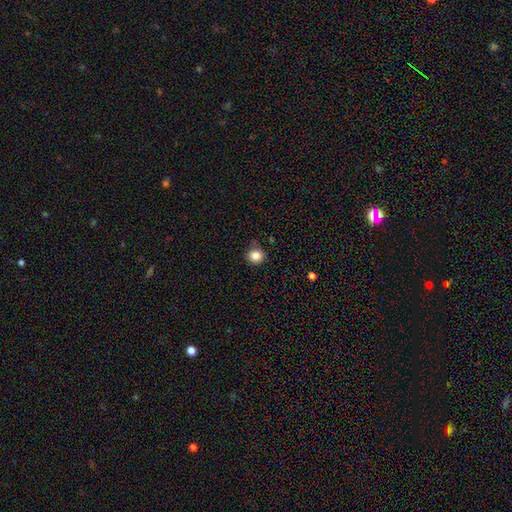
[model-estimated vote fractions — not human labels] Overall: smooth (84%). How rounded: round (86%). Merging: none (84%).